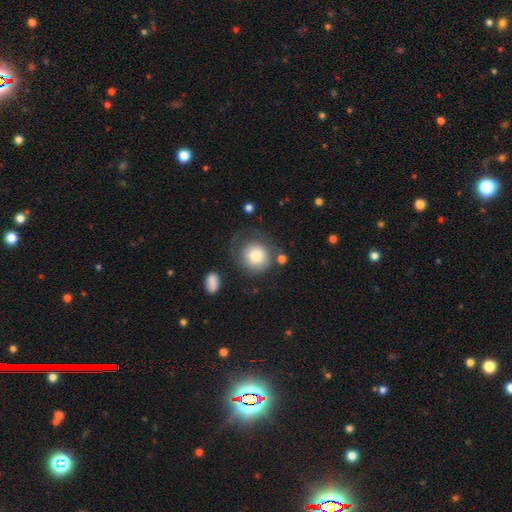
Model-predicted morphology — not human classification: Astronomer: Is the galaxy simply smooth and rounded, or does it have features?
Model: smooth — 75%.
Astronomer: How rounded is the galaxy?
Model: round — 88%.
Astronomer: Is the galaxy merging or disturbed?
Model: none — 54%.